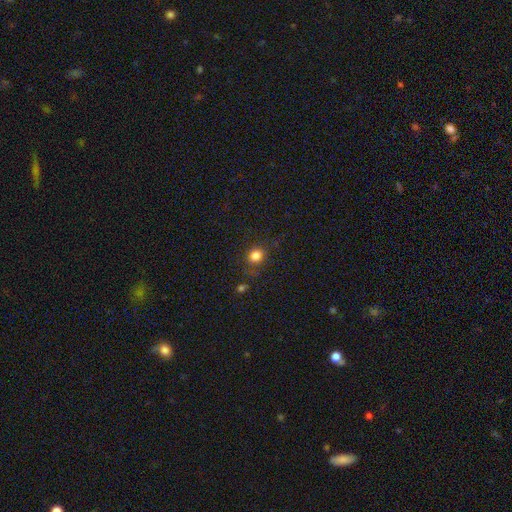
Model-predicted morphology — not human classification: This appears to be a smooth galaxy with no disk features (82%) that is round (78%). Merging: none (80%).